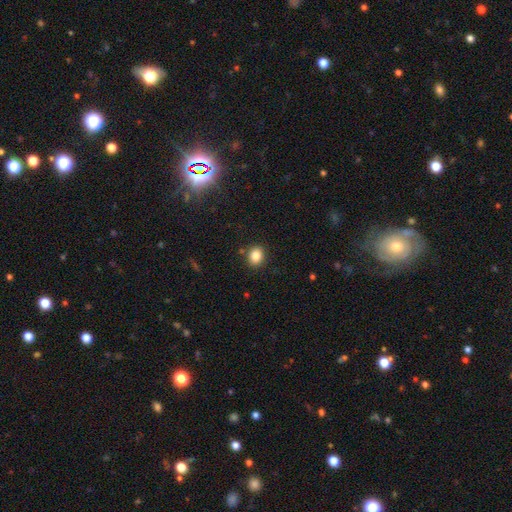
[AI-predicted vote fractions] Smooth or featured: smooth — 84% (star or artifact — 10%)
How rounded: round — 62% (in between — 37%)
Merging: none — 87% (minor disturbance — 8%)